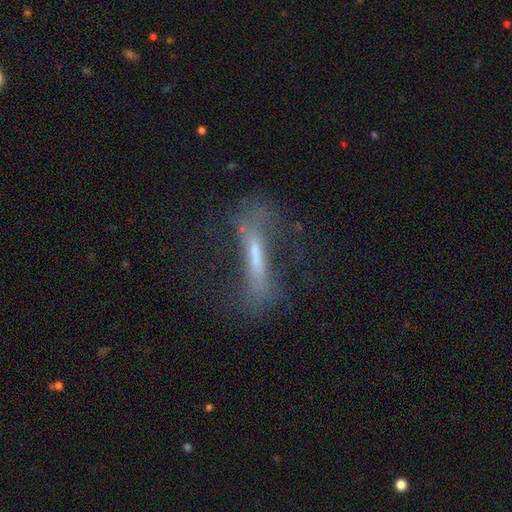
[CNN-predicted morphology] A featured or disk galaxy (52%) viewed edge-on (51%). Merging: none (49%).